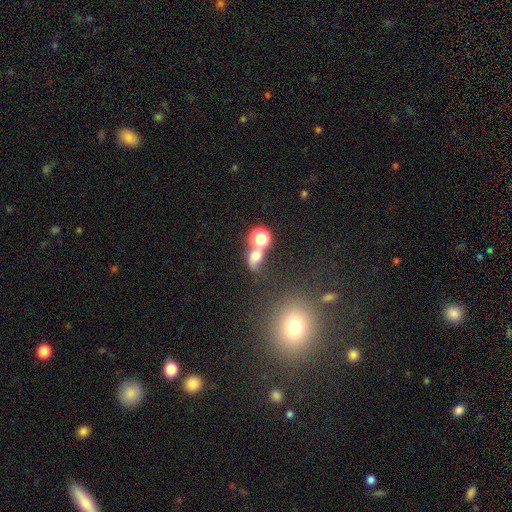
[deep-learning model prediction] Smooth or featured: smooth — 58% (featured or disk — 23%)
How rounded: round — 52% (in between — 45%)
Merging: merger — 50% (none — 27%)